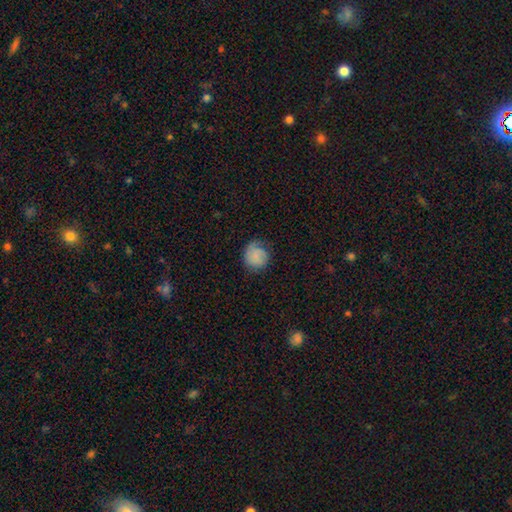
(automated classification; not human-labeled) Overall: smooth (74%). How rounded: round (82%). Merging: none (63%; minor disturbance 26%).